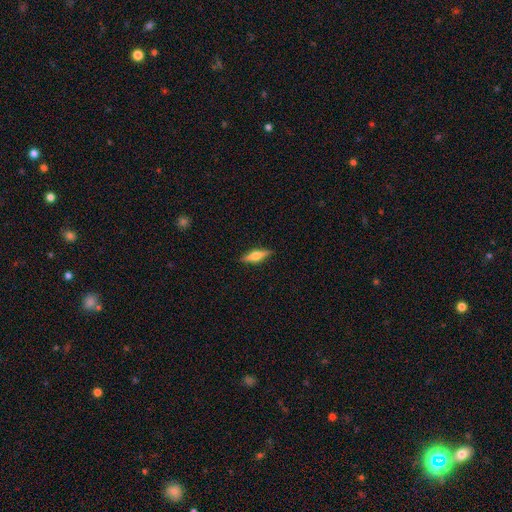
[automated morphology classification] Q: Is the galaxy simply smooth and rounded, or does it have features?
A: featured or disk — 51%.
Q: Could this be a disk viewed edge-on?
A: yes — 95%.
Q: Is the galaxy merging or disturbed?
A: none — 89%.